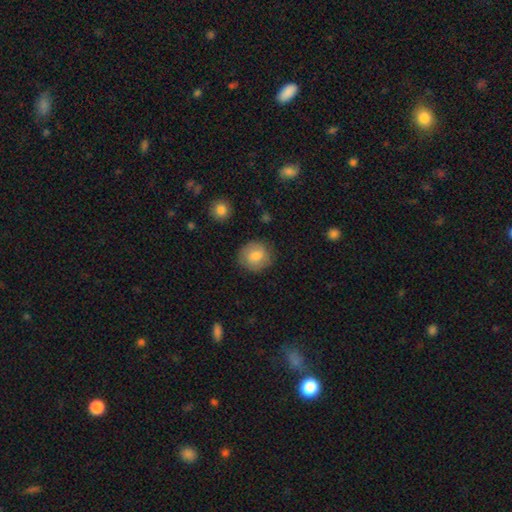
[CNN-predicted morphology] Q: Smooth or featured?
A: smooth (78%); runner-up: featured or disk (14%)
Q: How rounded?
A: round (87%); runner-up: in between (12%)
Q: Merging?
A: none (84%); runner-up: minor disturbance (12%)